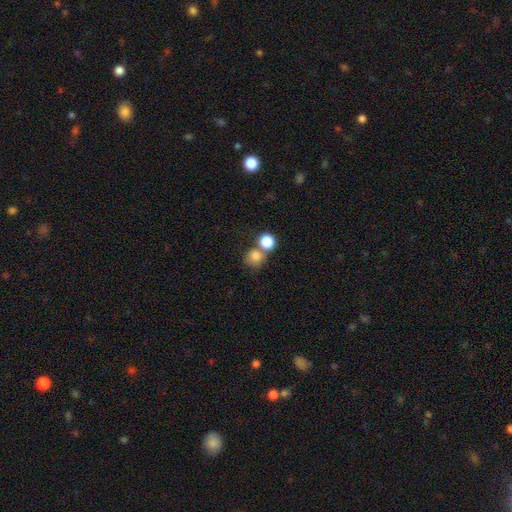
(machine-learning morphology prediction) A smooth galaxy with no disk features (81%) that is round (86%). Merging: none (47%).